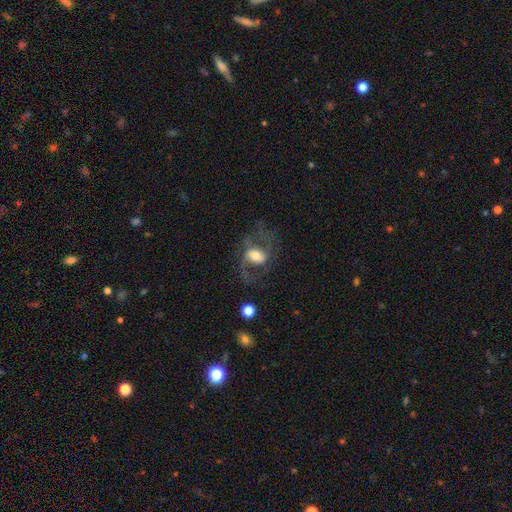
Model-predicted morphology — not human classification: Smooth or featured: featured or disk — 69% (smooth — 23%)
Edge-on disk: no — 96% (yes — 4%)
Bar: weak — 43% (no — 36%)
Spiral arms: yes — 84% (no — 16%)
Spiral winding: loose — 47% (medium — 44%)
Spiral arm count: 2 — 79% (1 — 11%)
Bulge size: moderate — 56% (large — 25%)
Merging: none — 48% (major disturbance — 32%)